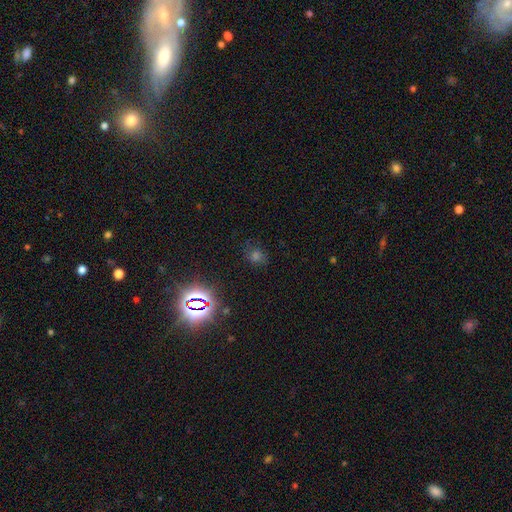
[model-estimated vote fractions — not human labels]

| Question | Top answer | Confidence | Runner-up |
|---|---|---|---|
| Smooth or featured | star or artifact | 48% | smooth (41%) |